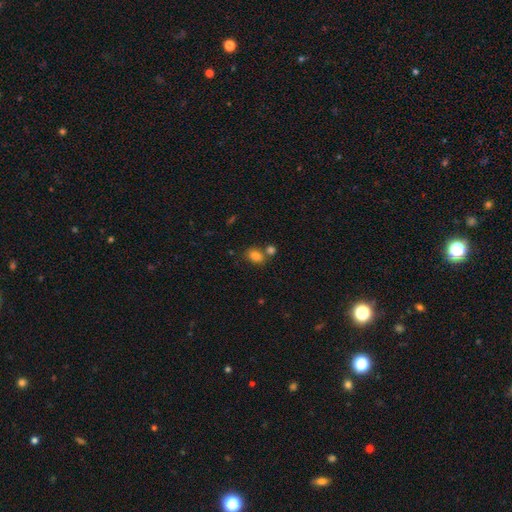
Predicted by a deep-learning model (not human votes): Q: Smooth or featured?
A: smooth (83%); runner-up: star or artifact (11%)
Q: How rounded?
A: in between (71%); runner-up: round (27%)
Q: Merging?
A: none (56%); runner-up: merger (27%)